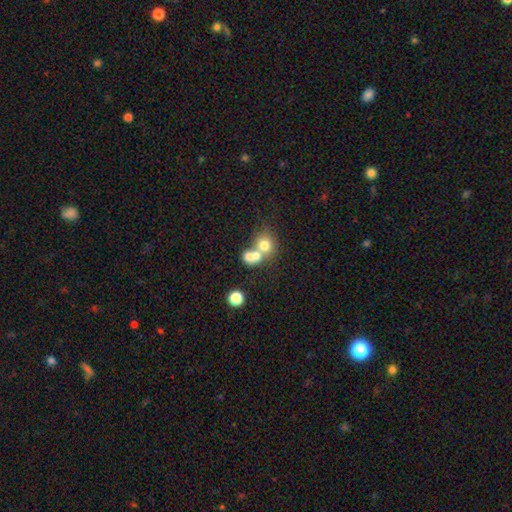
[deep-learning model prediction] smooth_or_featured: smooth (p=0.70) [alt: featured or disk p=0.19]
how_rounded: round (p=0.61) [alt: in between p=0.38]
merging: merger (p=0.65) [alt: none p=0.24]